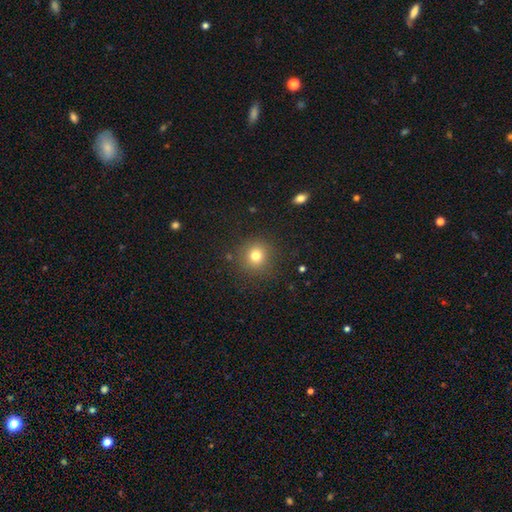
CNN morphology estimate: type=smooth (77%); roundness=round (92%); merging=none (87%).